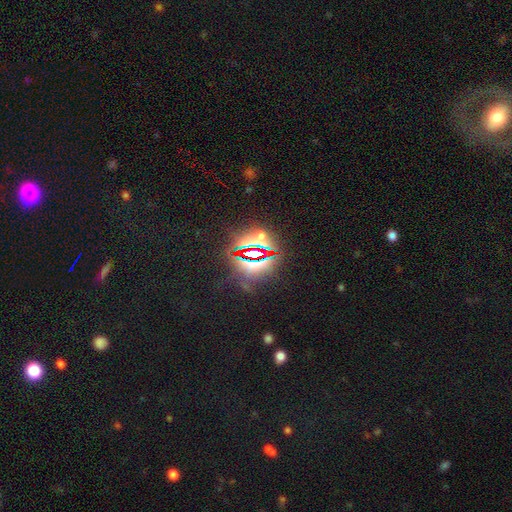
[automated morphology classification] smooth_or_featured: star or artifact (p=0.79) [alt: smooth p=0.13]